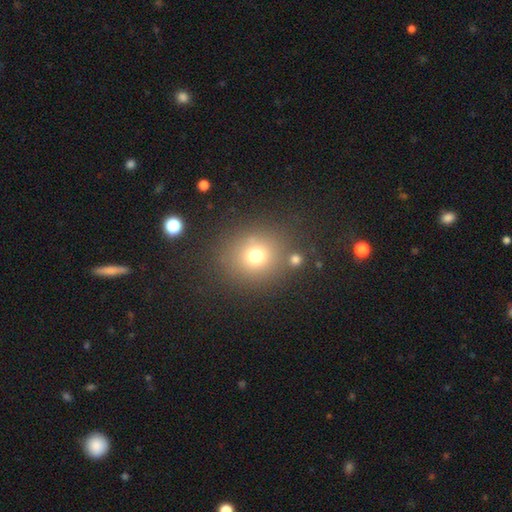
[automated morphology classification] The model was most divided on "smooth or featured": smooth: 72%, star or artifact: 18%, featured or disk: 10%. More confident: how rounded — round (84%); merging — none (79%).